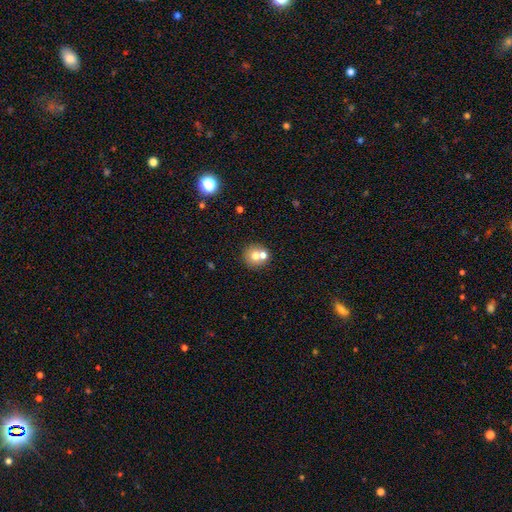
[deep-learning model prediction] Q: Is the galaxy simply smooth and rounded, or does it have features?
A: smooth — 67%.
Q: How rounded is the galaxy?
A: round — 89%.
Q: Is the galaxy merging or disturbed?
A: none — 55%.